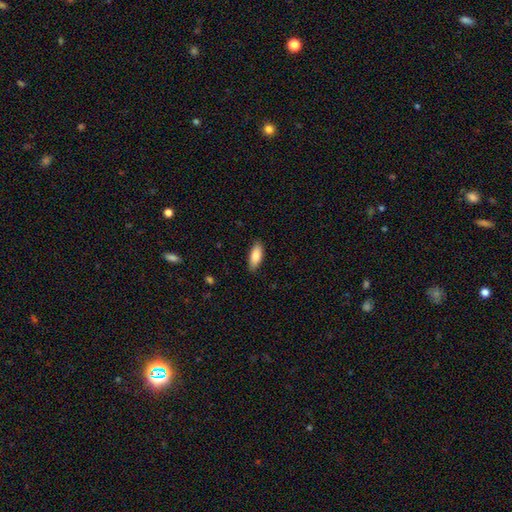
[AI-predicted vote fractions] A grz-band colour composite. It shows a smooth galaxy with no disk features (86%) that is in between round and cigar-shaped (77%). Merging: none (87%).